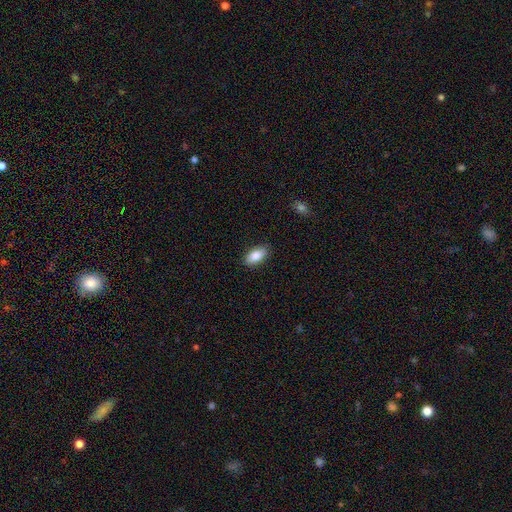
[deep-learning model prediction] A smooth galaxy with no disk features (85%) that is in between round and cigar-shaped (91%). Merging: none (88%).